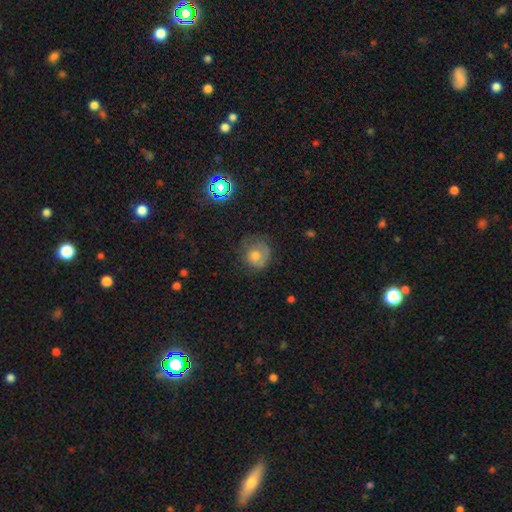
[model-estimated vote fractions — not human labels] The model was most divided on "smooth or featured": smooth: 53%, featured or disk: 34%, star or artifact: 13%. More confident: how rounded — round (83%); merging — none (60%).